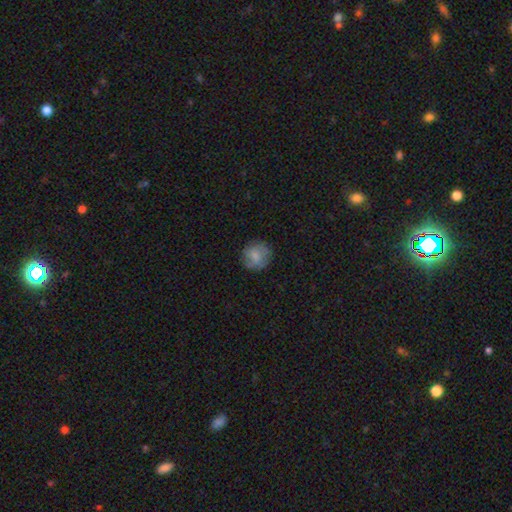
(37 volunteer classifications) Morphology: type=smooth (78%); roundness=round (76%); merging=none (66%).